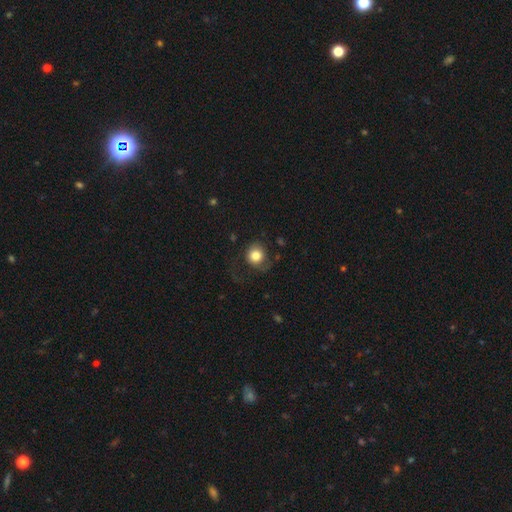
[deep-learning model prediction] Smooth or featured?
  - smooth: 81% *
  - featured or disk: 10%
  - star or artifact: 9%
How rounded?
  - round: 85% *
  - in between: 14%
  - cigar-shaped: 1%
Merging?
  - none: 60% *
  - minor disturbance: 20%
  - major disturbance: 19%
  - merger: 2%